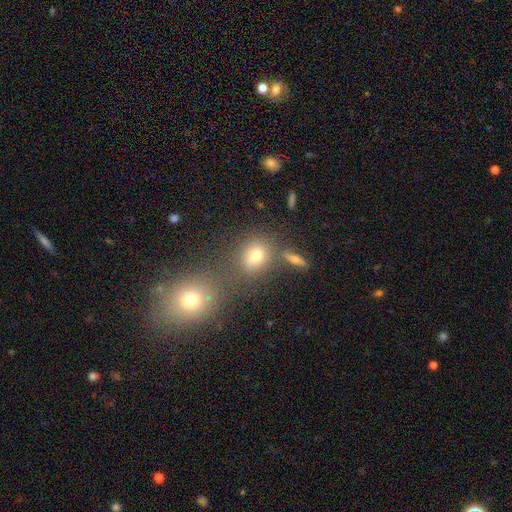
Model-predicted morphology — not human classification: The model was most divided on "how rounded": round: 65%, in between: 33%, cigar-shaped: 2%. More confident: smooth or featured — smooth (70%); merging — none (64%).